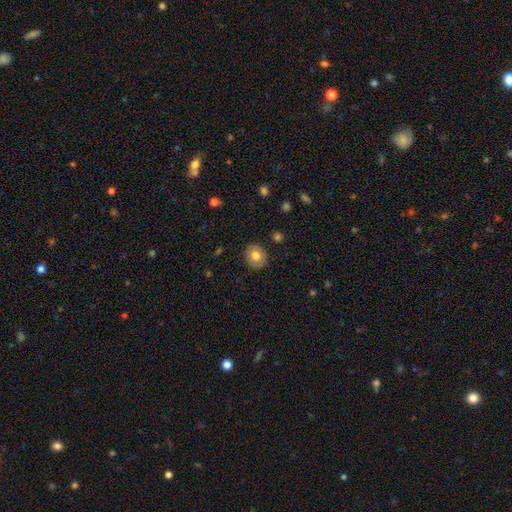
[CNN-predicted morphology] smooth_or_featured: smooth (p=0.74) [alt: featured or disk p=0.18]
how_rounded: round (p=0.78) [alt: in between p=0.22]
merging: none (p=0.88) [alt: minor disturbance p=0.08]